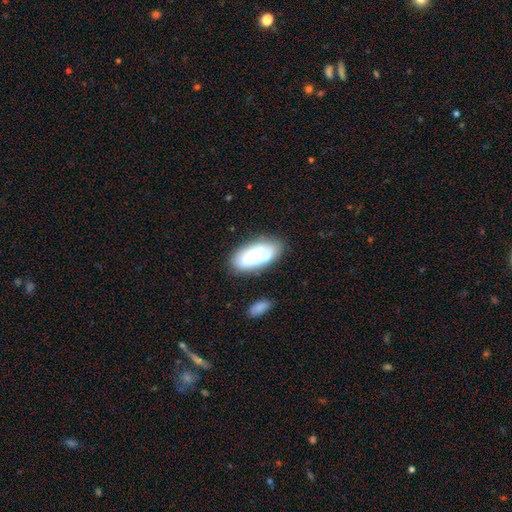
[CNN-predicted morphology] This is possibly a featured or disk galaxy (51%). It is clearly not viewed edge-on (93%). Merging: likely none (66%).